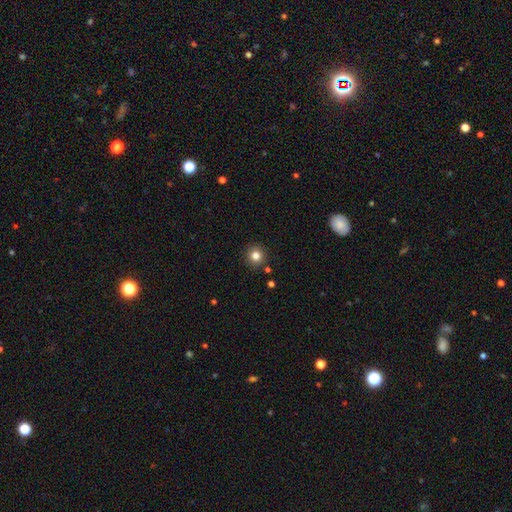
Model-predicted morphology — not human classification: smooth 81%, star or artifact 12%, featured or disk 6%. Down the decision tree: how rounded — round (92%); merging — none (89%).